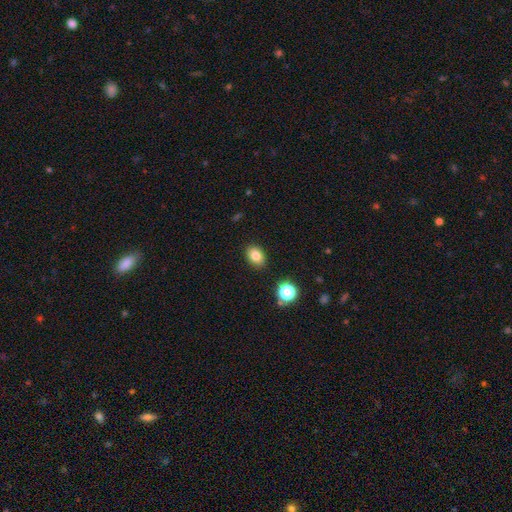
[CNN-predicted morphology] Smooth or featured? Predicted: smooth (p=0.81). How rounded? Predicted: in between (p=0.73). Merging? Predicted: none (p=0.88).